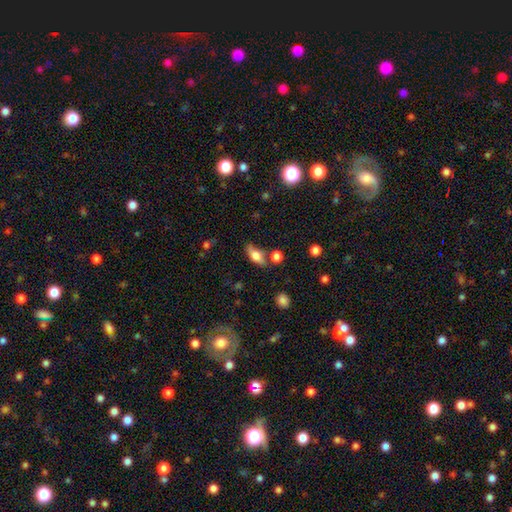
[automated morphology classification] Overall: smooth (69%). How rounded: in between (77%). Merging: none (69%).